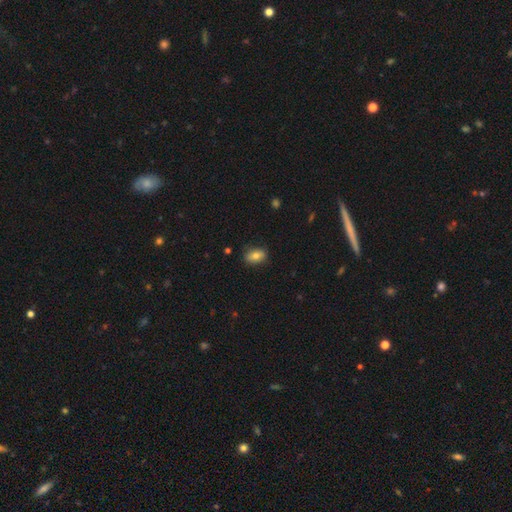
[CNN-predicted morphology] This appears to be a smooth galaxy with no disk features (79%) that is in between round and cigar-shaped (87%). Merging: none (83%).